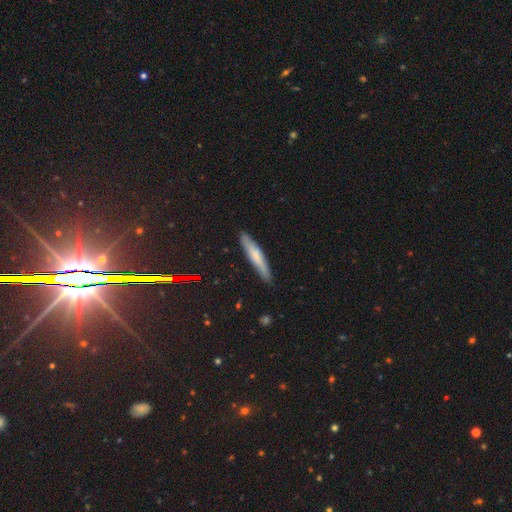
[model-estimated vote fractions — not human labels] Smooth or featured: smooth — 60% (featured or disk — 31%)
How rounded: cigar-shaped — 91% (in between — 8%)
Merging: none — 87% (minor disturbance — 10%)